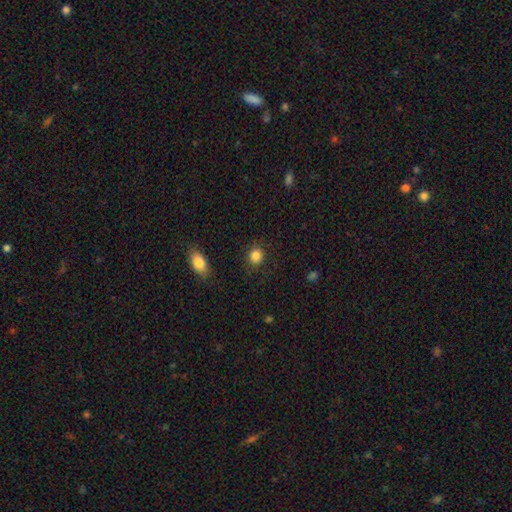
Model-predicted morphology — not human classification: This is clearly a smooth galaxy (86%). How rounded: clearly round (80%). Merging: clearly none (85%).